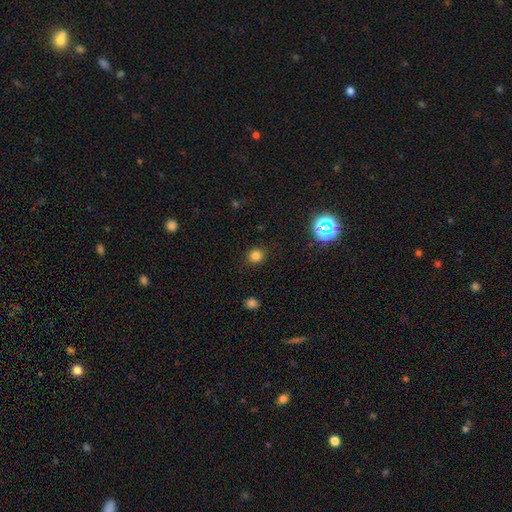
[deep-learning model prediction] A smooth galaxy with no disk features (80%) that is round (84%). Merging: none (87%).